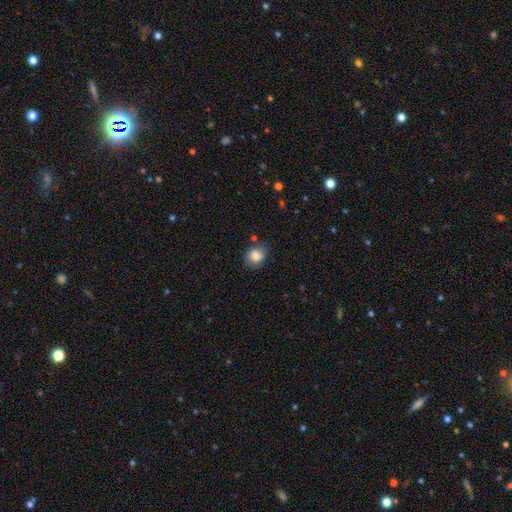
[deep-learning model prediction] Smooth or featured? smooth (82%)
How rounded? round (62%)
Merging? none (75%)